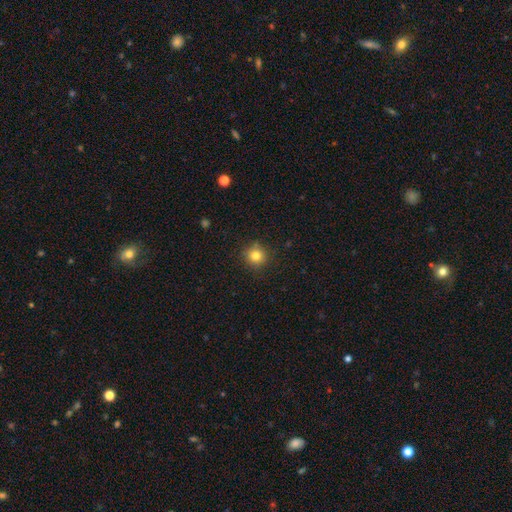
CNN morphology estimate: A smooth galaxy with no disk features (81%) that is round (92%).

Vote fractions:
- Smooth or featured? smooth: 81% / star or artifact: 13% / featured or disk: 7%
- How rounded? round: 92% / in between: 7% / cigar-shaped: 1%
- Merging? none: 86% / minor disturbance: 9% / major disturbance: 2% / merger: 2%